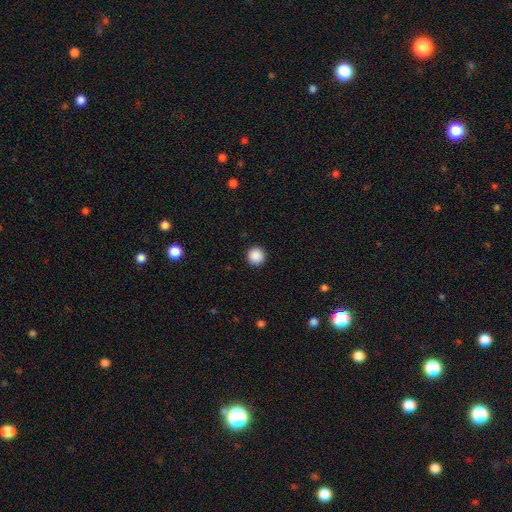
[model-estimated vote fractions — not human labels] This appears to be a smooth galaxy with no disk features (89%) that is round (96%). Merging: none (93%).